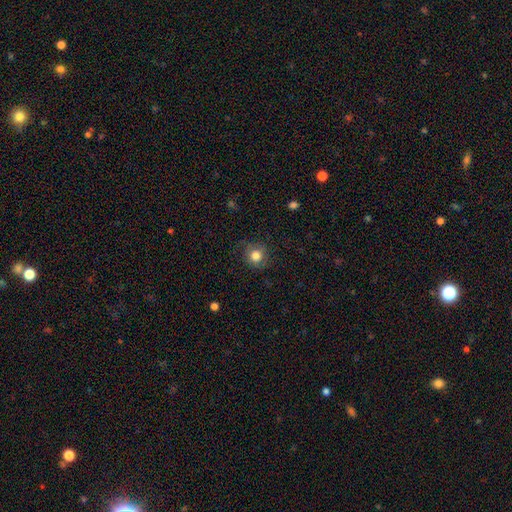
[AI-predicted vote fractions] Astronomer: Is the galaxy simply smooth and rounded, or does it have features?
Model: smooth — 81%.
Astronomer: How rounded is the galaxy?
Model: round — 88%.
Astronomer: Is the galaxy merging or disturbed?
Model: none — 80%.